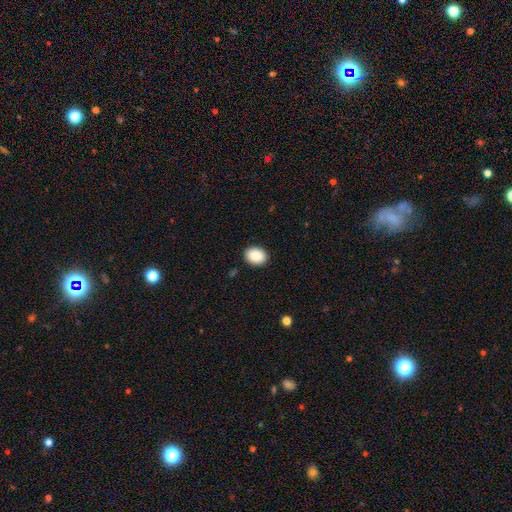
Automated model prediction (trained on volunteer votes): Smooth or featured?
  - smooth: 88% *
  - star or artifact: 8%
  - featured or disk: 4%
How rounded?
  - in between: 62% *
  - round: 37%
  - cigar-shaped: 1%
Merging?
  - none: 90% *
  - minor disturbance: 7%
  - major disturbance: 2%
  - merger: 1%